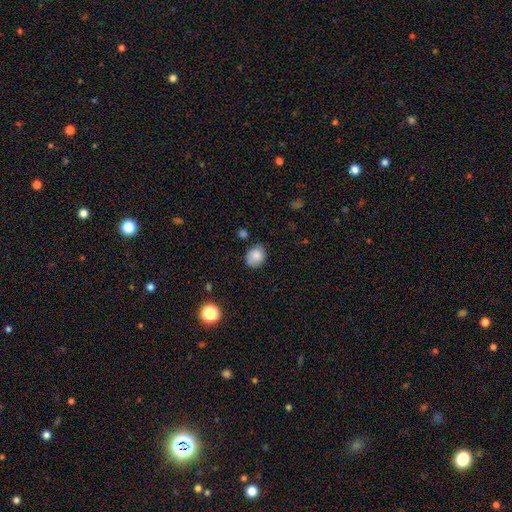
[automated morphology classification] smooth 82%, star or artifact 9%, featured or disk 9%. Down the decision tree: how rounded — round (52%); merging — none (73%).